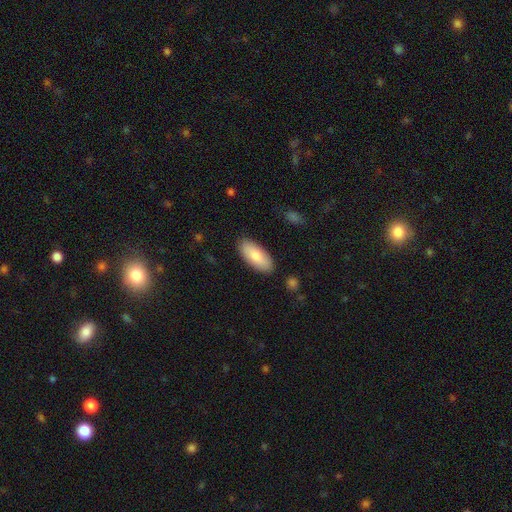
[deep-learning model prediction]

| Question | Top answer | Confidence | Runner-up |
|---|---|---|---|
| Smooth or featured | smooth | 80% | featured or disk (14%) |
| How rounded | in between | 87% | cigar-shaped (11%) |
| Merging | none | 86% | minor disturbance (10%) |